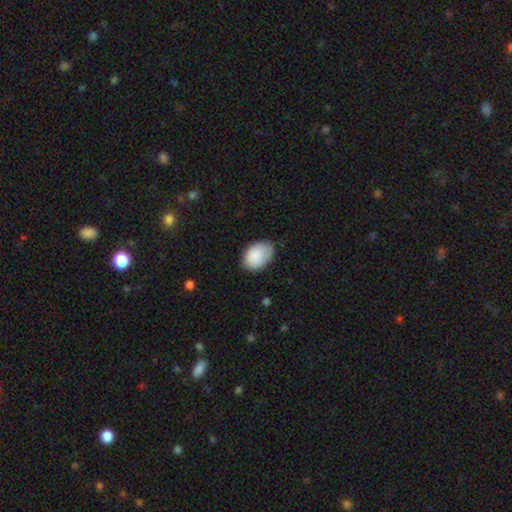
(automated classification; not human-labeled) The model was most divided on "merging": none: 67%, minor disturbance: 27%, major disturbance: 5%, merger: 1%. More confident: smooth or featured — smooth (88%); how rounded — in between (82%).